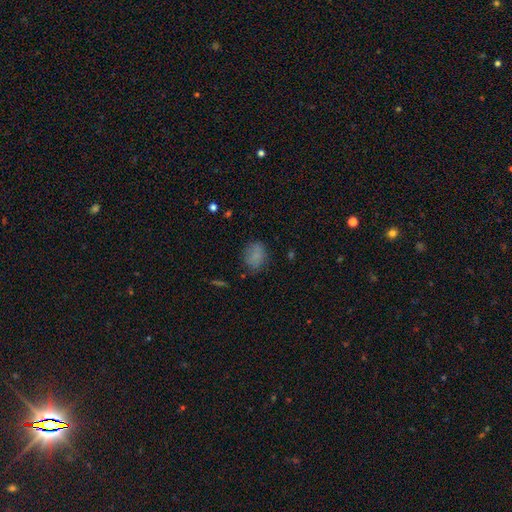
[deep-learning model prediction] Smooth or featured?
  - smooth: 80% *
  - star or artifact: 11%
  - featured or disk: 9%
How rounded?
  - in between: 57% *
  - round: 41%
  - cigar-shaped: 1%
Merging?
  - none: 73% *
  - minor disturbance: 20%
  - major disturbance: 6%
  - merger: 2%